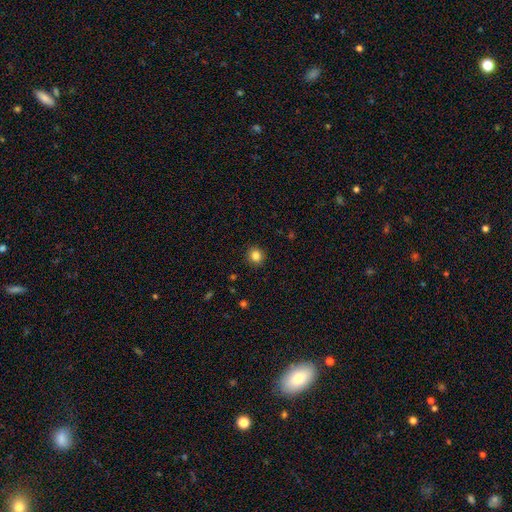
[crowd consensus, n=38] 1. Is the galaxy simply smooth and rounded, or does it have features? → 76% smooth, 16% featured or disk, 8% star or artifact.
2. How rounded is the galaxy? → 86% round, 14% in between, 0% cigar-shaped.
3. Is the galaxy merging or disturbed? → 97% none, 3% major disturbance, 0% minor disturbance, 0% merger.